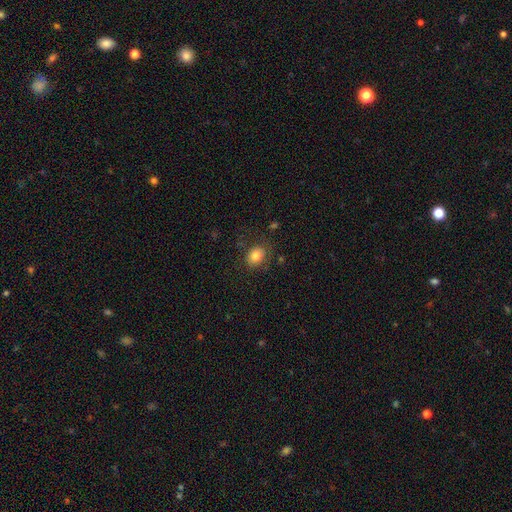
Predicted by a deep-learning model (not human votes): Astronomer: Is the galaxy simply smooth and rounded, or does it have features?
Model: smooth — 81%.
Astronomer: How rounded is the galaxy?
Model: in between — 55% (runner-up: round, 44%).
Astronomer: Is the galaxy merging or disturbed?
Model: none — 76%.